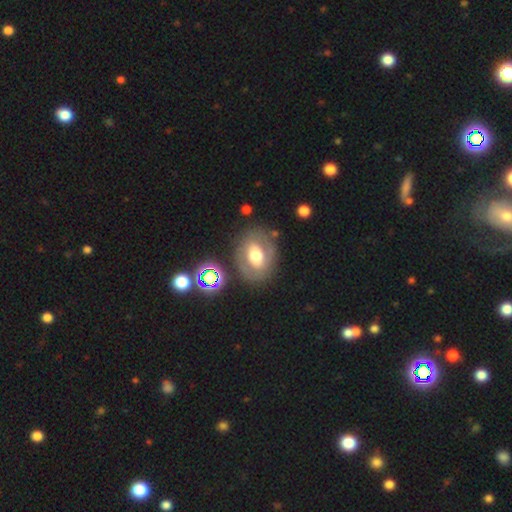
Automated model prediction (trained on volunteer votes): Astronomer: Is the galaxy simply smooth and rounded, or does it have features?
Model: featured or disk — 50% (runner-up: smooth, 41%).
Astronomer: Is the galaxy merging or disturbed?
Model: none — 77%.